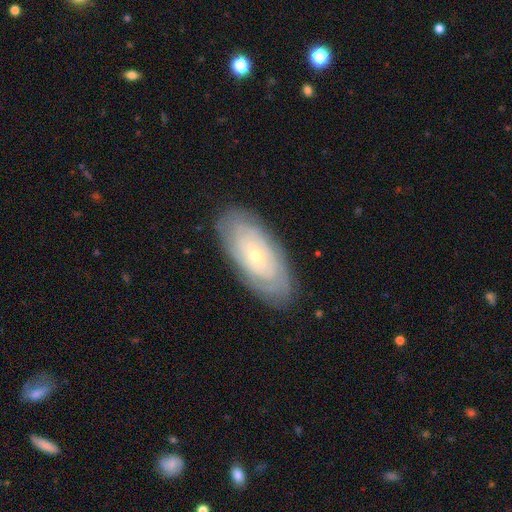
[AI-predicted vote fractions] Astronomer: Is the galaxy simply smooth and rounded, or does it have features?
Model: featured or disk — 72%.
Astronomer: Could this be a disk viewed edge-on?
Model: no — 92%.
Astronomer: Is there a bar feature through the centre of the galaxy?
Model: no — 83%.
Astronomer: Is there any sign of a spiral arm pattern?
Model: yes — 79%.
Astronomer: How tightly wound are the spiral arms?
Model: tight — 83%.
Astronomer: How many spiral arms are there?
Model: can't tell — 62%.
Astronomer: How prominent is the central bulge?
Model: small — 75%.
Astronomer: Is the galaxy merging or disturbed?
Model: none — 83%.